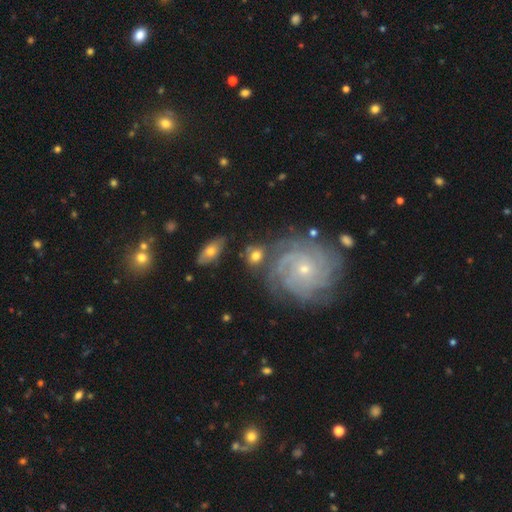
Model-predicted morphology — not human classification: smooth-or-featured: smooth: 48% | featured or disk: 44% | star or artifact: 8%
  merging: none: 65% | minor disturbance: 16% | merger: 11% | major disturbance: 7%